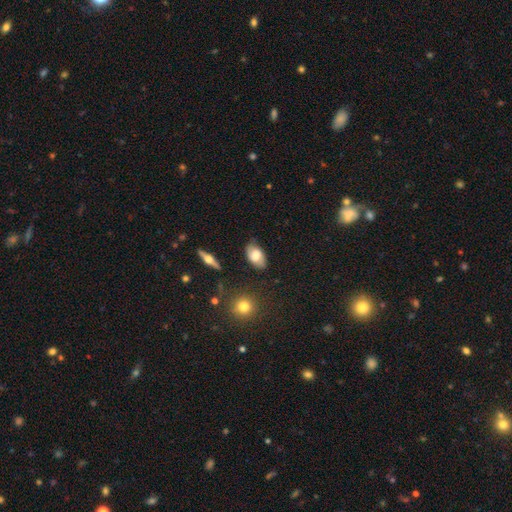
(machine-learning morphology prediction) Smooth or featured? smooth (65%)
How rounded? in between (92%)
Merging? none (77%)